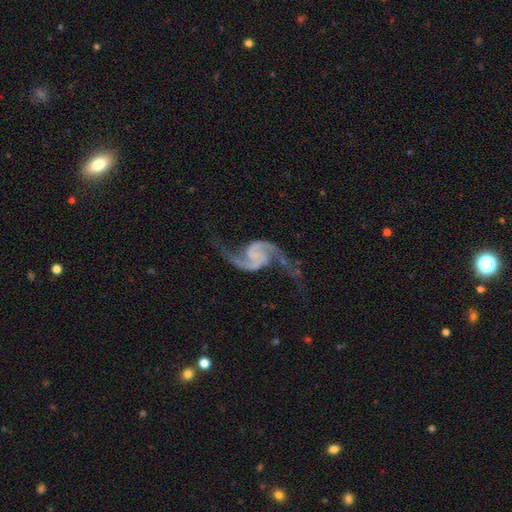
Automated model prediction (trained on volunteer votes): smooth-or-featured: featured or disk: 94% | star or artifact: 4% | smooth: 3%
  disk-edge-on: no: 98% | yes: 2%
    bar: no: 56% | weak: 31% | strong: 13%
    has-spiral-arms: yes: 98% | no: 2%
      spiral-winding: loose: 70% | medium: 25% | tight: 5%
      spiral-arm-count: 2: 95% | 1: 1% | can't tell: 1% | 3: 1% | 4: 1% | more than 4: 1%
    bulge-size: none: 69% | small: 21% | moderate: 6% | large: 2% | dominant: 2%
  merging: none: 69% | minor disturbance: 15% | major disturbance: 12% | merger: 4%